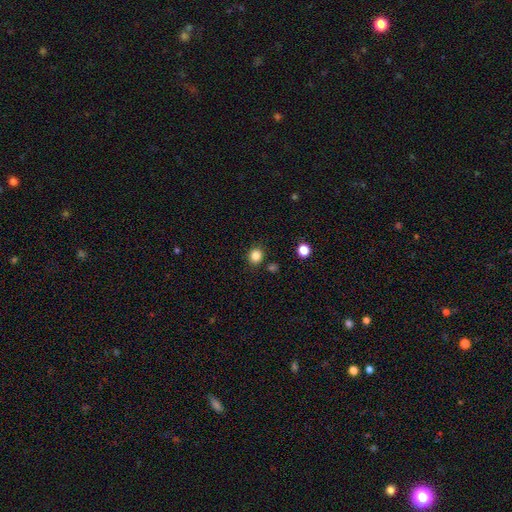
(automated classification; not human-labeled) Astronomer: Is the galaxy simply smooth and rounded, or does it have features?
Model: smooth — 84%.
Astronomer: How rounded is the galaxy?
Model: round — 82%.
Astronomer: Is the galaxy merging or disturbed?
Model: none — 86%.